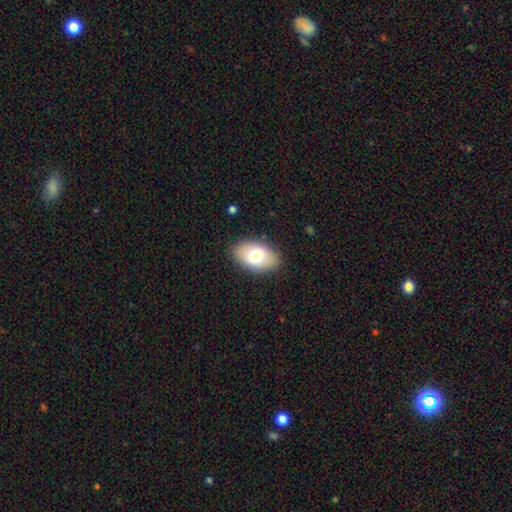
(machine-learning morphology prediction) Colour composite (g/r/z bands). It shows a smooth galaxy with no disk features (72%) that is in between round and cigar-shaped (92%). Merging: none (85%).